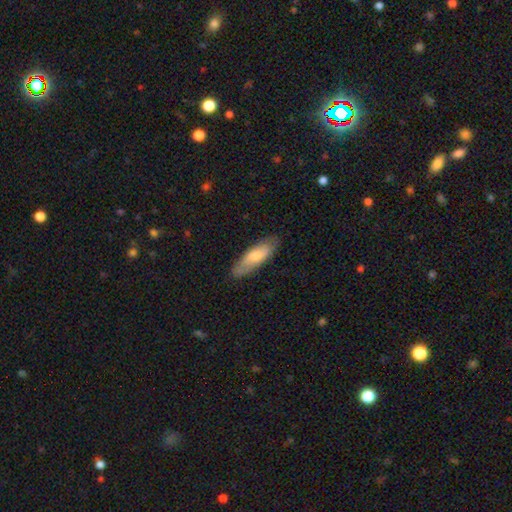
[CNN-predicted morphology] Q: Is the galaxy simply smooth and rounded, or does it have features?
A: smooth — 67%.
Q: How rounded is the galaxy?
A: in between — 53%.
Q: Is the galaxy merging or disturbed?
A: none — 82%.